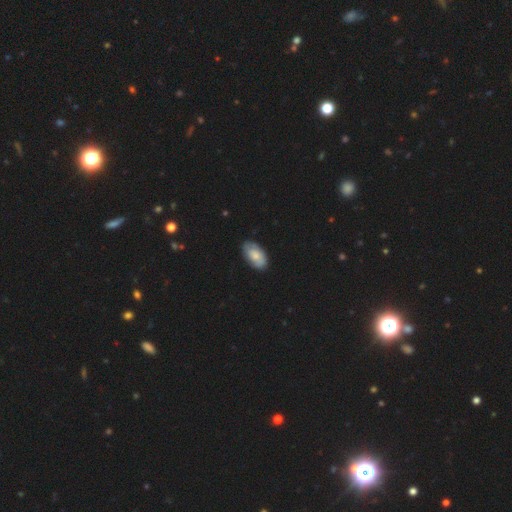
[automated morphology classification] This is likely a smooth galaxy (66%). How rounded: clearly in between (94%). Merging: likely none (79%).